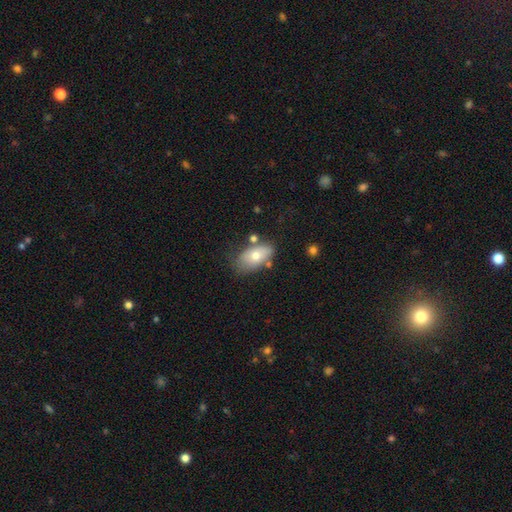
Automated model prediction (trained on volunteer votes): A smooth galaxy with no disk features (68%) that is in between round and cigar-shaped (91%).

Vote fractions:
- Smooth or featured? smooth: 68% / featured or disk: 25% / star or artifact: 7%
- How rounded? in between: 91% / round: 6% / cigar-shaped: 3%
- Merging? none: 65% / minor disturbance: 21% / merger: 9% / major disturbance: 6%